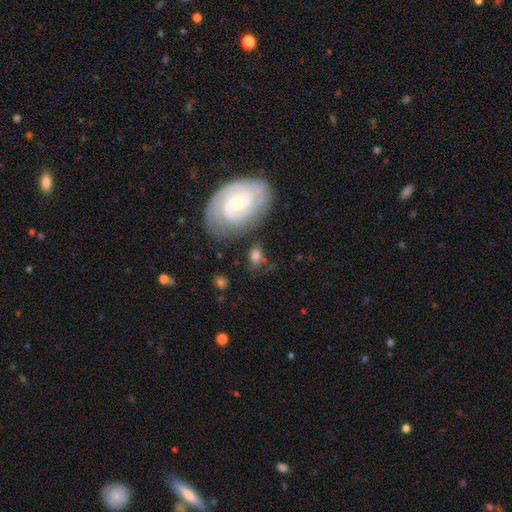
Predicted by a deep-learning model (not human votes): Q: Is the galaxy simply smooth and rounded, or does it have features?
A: smooth — 52%.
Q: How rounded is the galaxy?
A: in between — 69%.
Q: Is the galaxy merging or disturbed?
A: none — 63%.